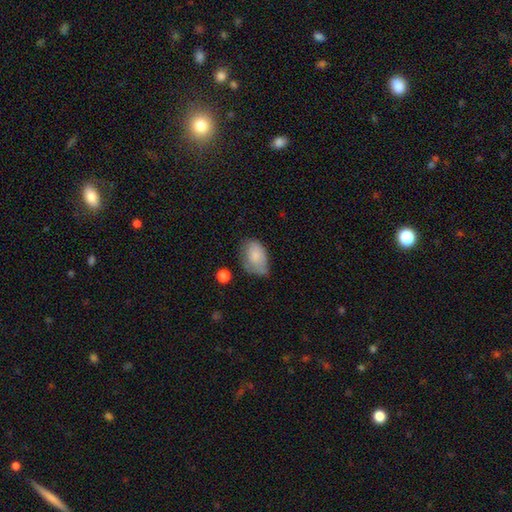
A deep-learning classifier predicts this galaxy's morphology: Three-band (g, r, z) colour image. It shows a smooth galaxy with no disk features (77%) that is in between round and cigar-shaped (88%). Merging: none (46%).